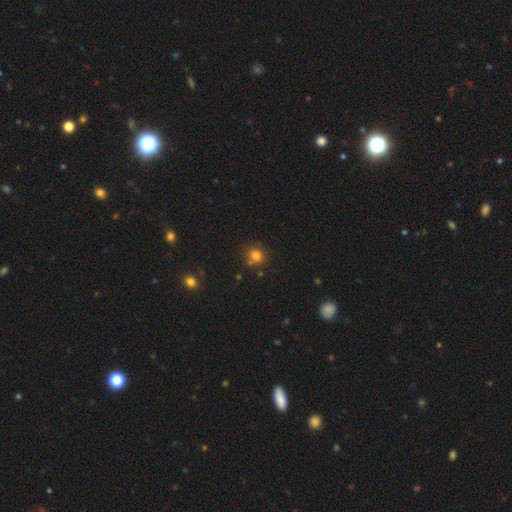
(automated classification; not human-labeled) Overall: smooth (79%). How rounded: round (84%). Merging: none (71%).